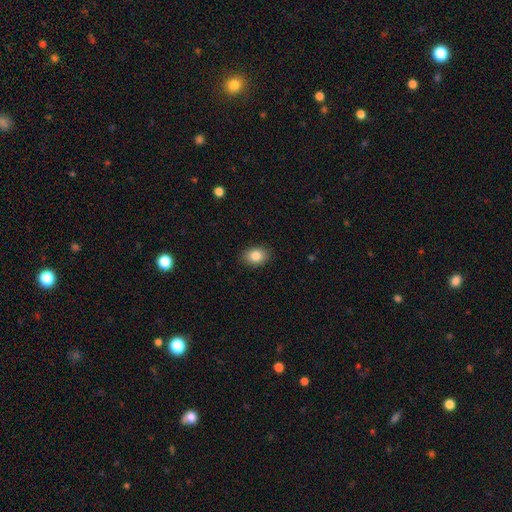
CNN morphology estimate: type=smooth (85%); roundness=in between (73%); merging=none (88%).